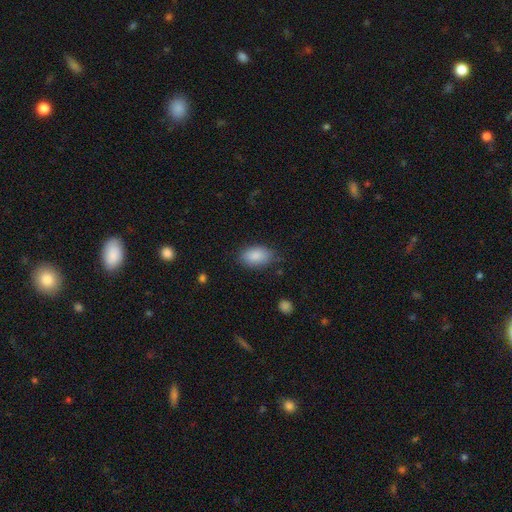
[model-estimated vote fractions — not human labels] Overall: smooth (87%). How rounded: in between (92%). Merging: none (77%).